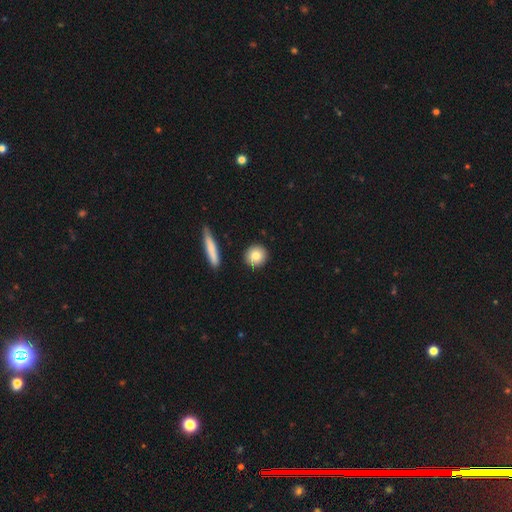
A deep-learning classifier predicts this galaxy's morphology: Q: Smooth or featured?
A: smooth (81%); runner-up: featured or disk (11%)
Q: How rounded?
A: round (86%); runner-up: in between (11%)
Q: Merging?
A: none (89%); runner-up: minor disturbance (6%)